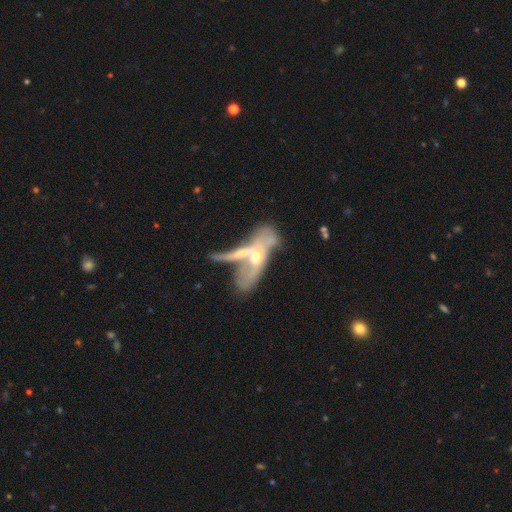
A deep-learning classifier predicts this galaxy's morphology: Smooth or featured? Predicted: featured or disk (p=0.64). Edge-on disk? Predicted: no (p=0.74). Merging? Predicted: merger (p=0.62).